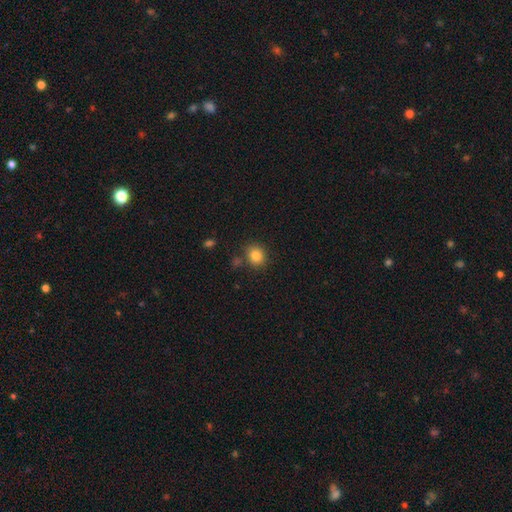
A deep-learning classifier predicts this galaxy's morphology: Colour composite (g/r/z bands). It shows a smooth galaxy with no disk features (83%) that is round (77%). Merging: none (79%).